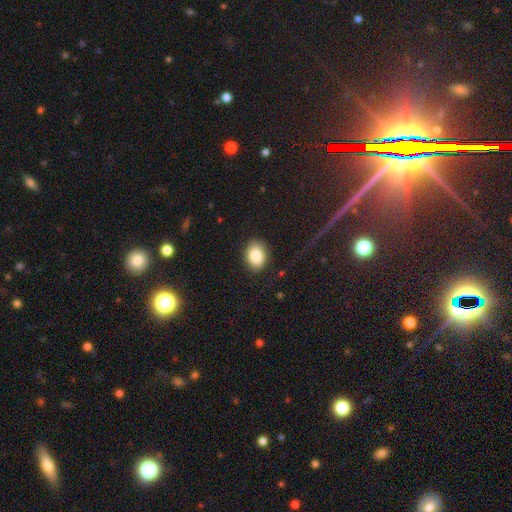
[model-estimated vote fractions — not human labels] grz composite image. It shows a smooth galaxy with no disk features (86%) that is in between round and cigar-shaped (70%). Merging: none (85%).